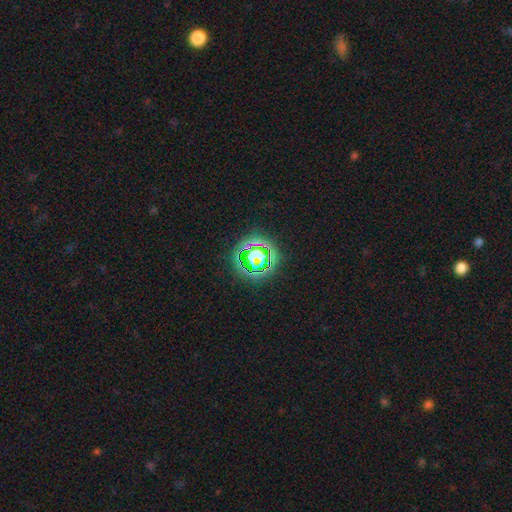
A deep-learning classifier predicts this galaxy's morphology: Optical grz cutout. It shows a star or artifact, not a galaxy (57%).